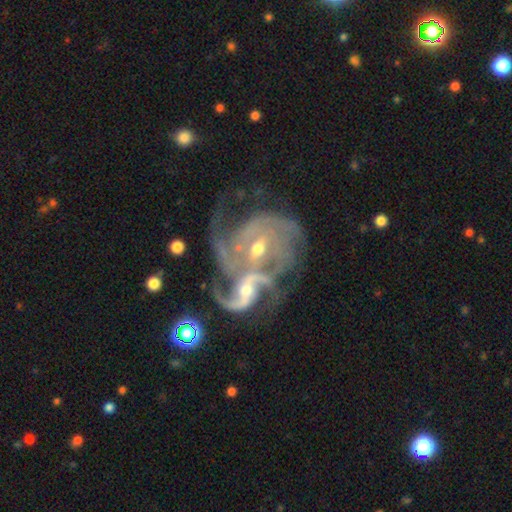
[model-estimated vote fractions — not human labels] smooth-or-featured: featured or disk: 87% | star or artifact: 8% | smooth: 5%
  disk-edge-on: no: 97% | yes: 3%
    bar: no: 57% | weak: 29% | strong: 14%
    has-spiral-arms: yes: 97% | no: 3%
      spiral-winding: tight: 56% | medium: 35% | loose: 9%
      spiral-arm-count: 3: 29% | 2: 22% | can't tell: 21% | 4: 13% | more than 4: 8% | 1: 7%
    bulge-size: small: 63% | moderate: 32% | none: 2% | large: 2% | dominant: 1%
  merging: merger: 56% | none: 24% | major disturbance: 10% | minor disturbance: 10%